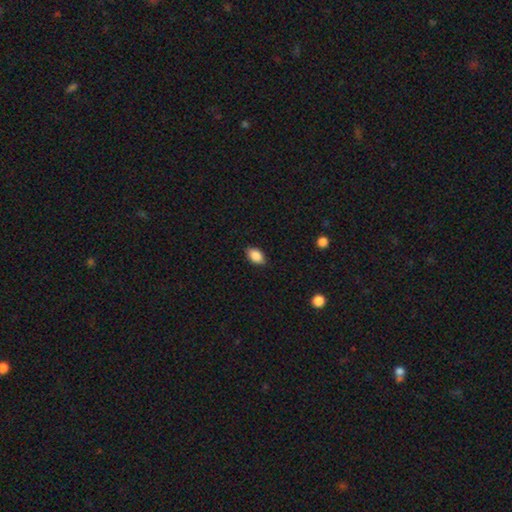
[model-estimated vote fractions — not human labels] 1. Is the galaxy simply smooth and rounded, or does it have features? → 87% smooth, 8% star or artifact, 5% featured or disk.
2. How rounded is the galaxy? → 89% in between, 9% round, 2% cigar-shaped.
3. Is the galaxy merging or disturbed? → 85% none, 12% minor disturbance, 2% major disturbance, 1% merger.